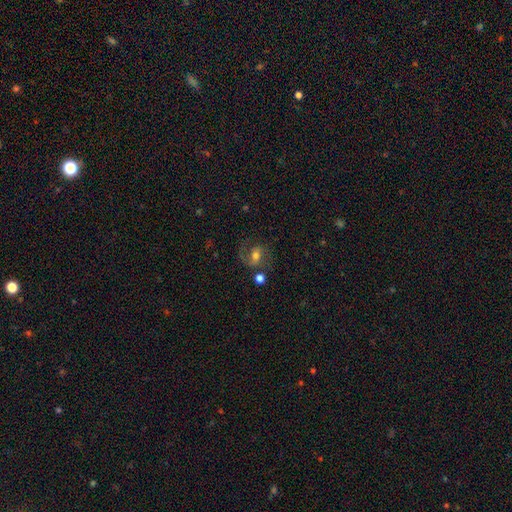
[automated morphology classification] smooth-or-featured: featured or disk: 68% | smooth: 22% | star or artifact: 10%
  disk-edge-on: no: 97% | yes: 3%
    bar: weak: 45% | no: 35% | strong: 20%
    has-spiral-arms: yes: 91% | no: 9%
      spiral-winding: medium: 50% | loose: 34% | tight: 16%
      spiral-arm-count: 2: 75% | 1: 18% | can't tell: 5% | 3: 1% | 4: 1% | more than 4: 1%
    bulge-size: moderate: 64% | small: 20% | large: 12% | none: 2% | dominant: 2%
  merging: none: 62% | minor disturbance: 16% | major disturbance: 14% | merger: 7%